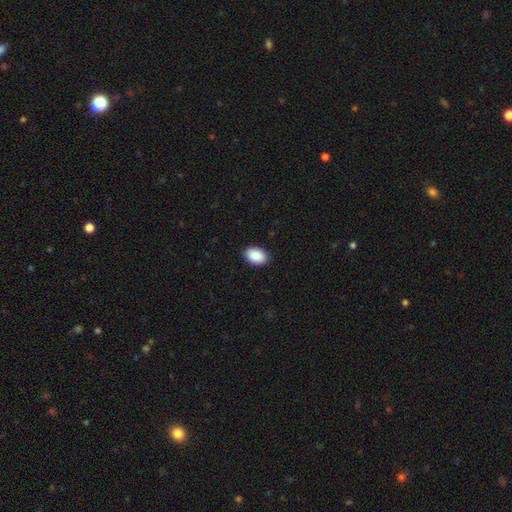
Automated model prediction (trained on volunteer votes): This appears to be a smooth galaxy with no disk features (90%) that is in between round and cigar-shaped (89%). Merging: none (90%).